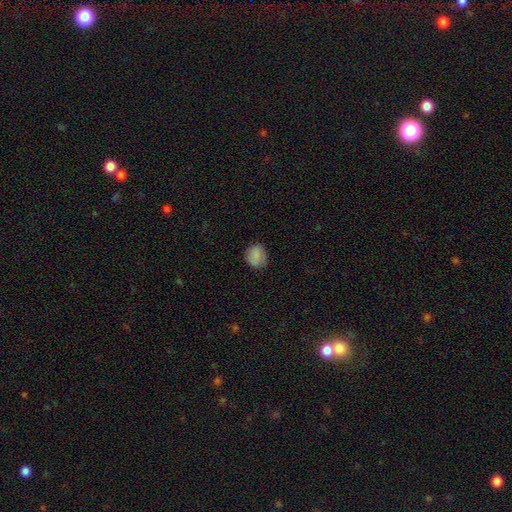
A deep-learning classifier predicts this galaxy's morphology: A smooth galaxy with no disk features (84%) that is round (68%). Merging: none (78%).